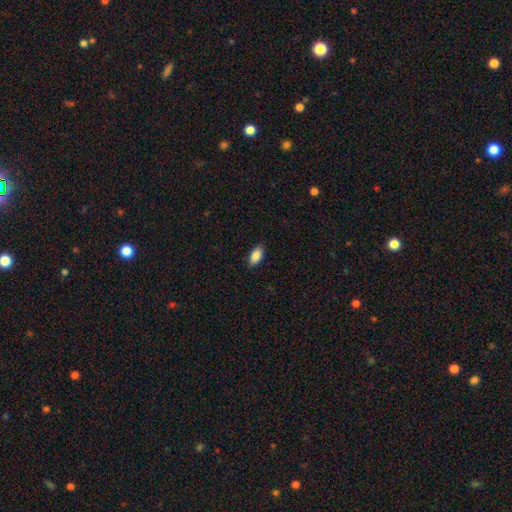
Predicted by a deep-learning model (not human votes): This is clearly a smooth galaxy (88%). How rounded: clearly in between (92%). Merging: clearly none (87%).